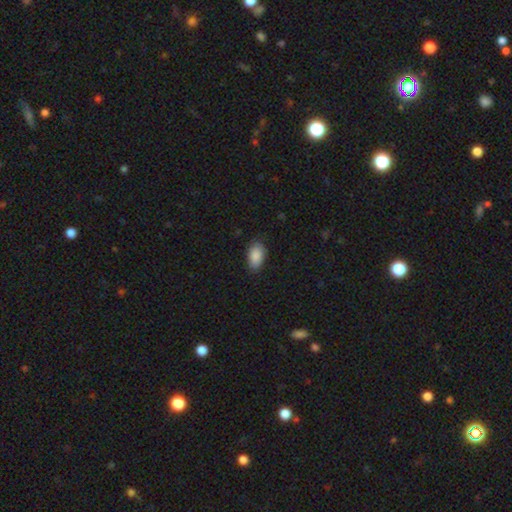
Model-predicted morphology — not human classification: type=smooth (89%); roundness=in between (93%); merging=none (81%).